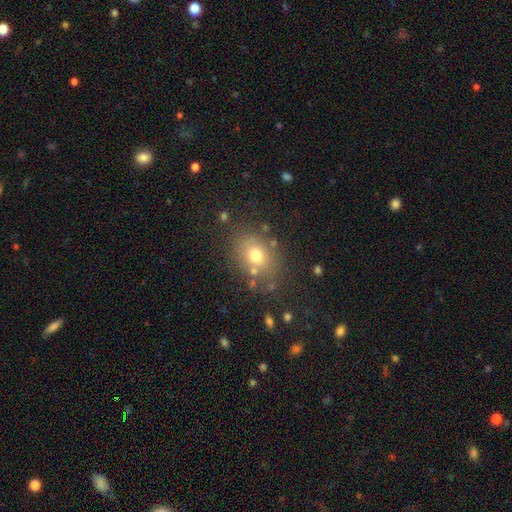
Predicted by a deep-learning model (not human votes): This appears to be a smooth galaxy with no disk features (70%) that is in between round and cigar-shaped (53%). Merging: none (74%).